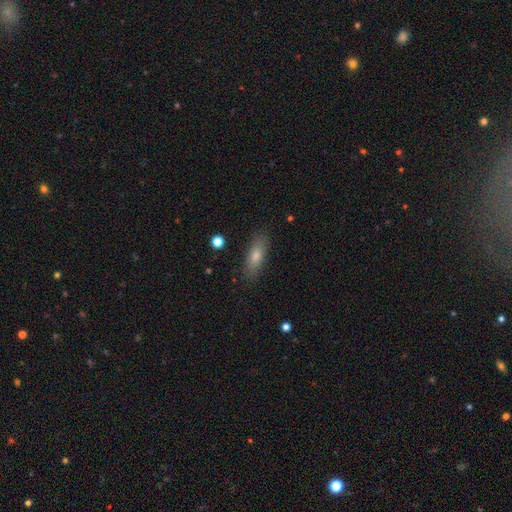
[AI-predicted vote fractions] Smooth or featured?
  - smooth: 70% *
  - featured or disk: 20%
  - star or artifact: 9%
How rounded?
  - in between: 51% *
  - cigar-shaped: 46%
  - round: 3%
Merging?
  - none: 87% *
  - minor disturbance: 10%
  - major disturbance: 2%
  - merger: 1%